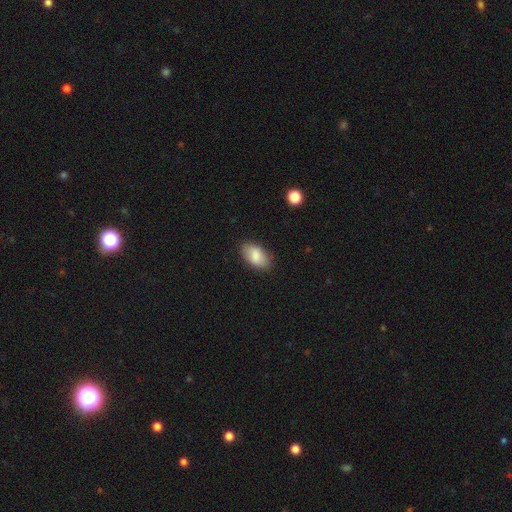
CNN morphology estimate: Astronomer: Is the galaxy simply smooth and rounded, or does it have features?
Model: smooth — 85%.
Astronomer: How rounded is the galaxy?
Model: in between — 94%.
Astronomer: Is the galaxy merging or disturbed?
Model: none — 82%.